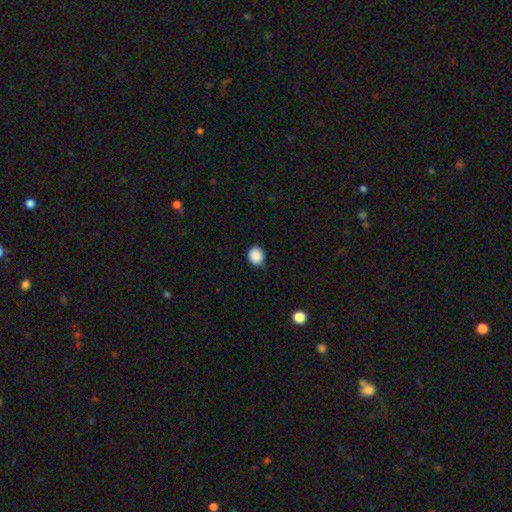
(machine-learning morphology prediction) A smooth galaxy with no disk features (89%) that is round (70%). Merging: none (85%).